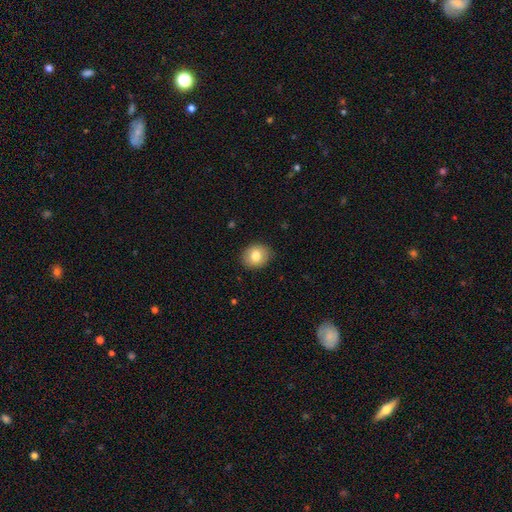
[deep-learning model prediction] Q: Smooth or featured?
A: smooth (80%); runner-up: featured or disk (11%)
Q: How rounded?
A: round (64%); runner-up: in between (35%)
Q: Merging?
A: none (88%); runner-up: minor disturbance (9%)